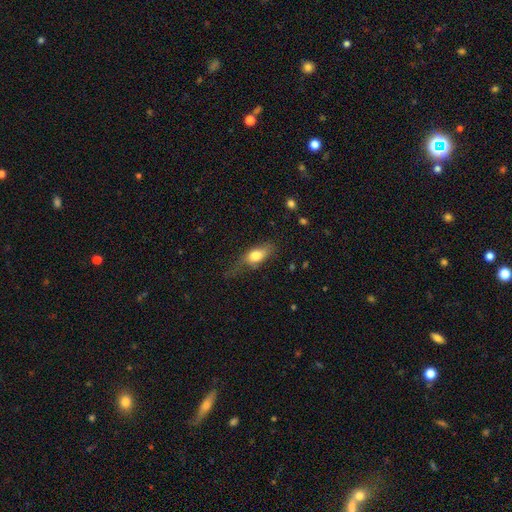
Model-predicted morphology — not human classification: smooth 75%, featured or disk 18%, star or artifact 8%. Down the decision tree: how rounded — in between (79%); merging — none (49%).